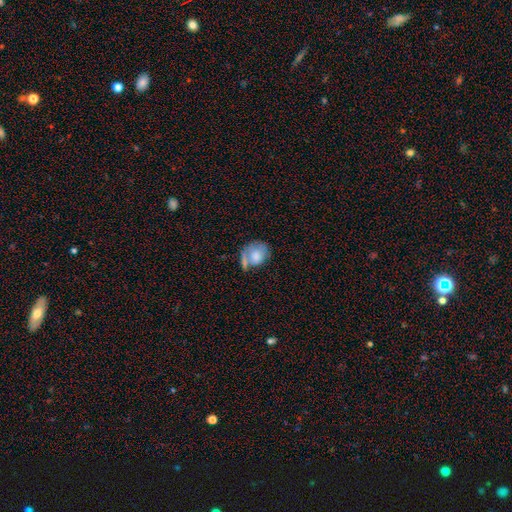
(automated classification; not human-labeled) Morphology: type=smooth (73%); roundness=round (57%); merging=none (38%).